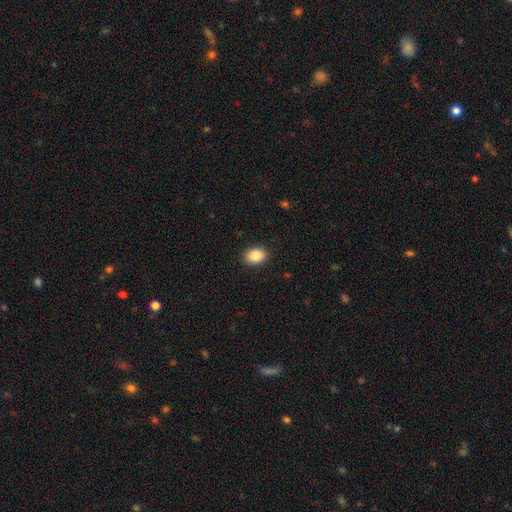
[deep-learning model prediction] Smooth or featured? Predicted: smooth (p=0.86). How rounded? Predicted: in between (p=0.74). Merging? Predicted: none (p=0.90).